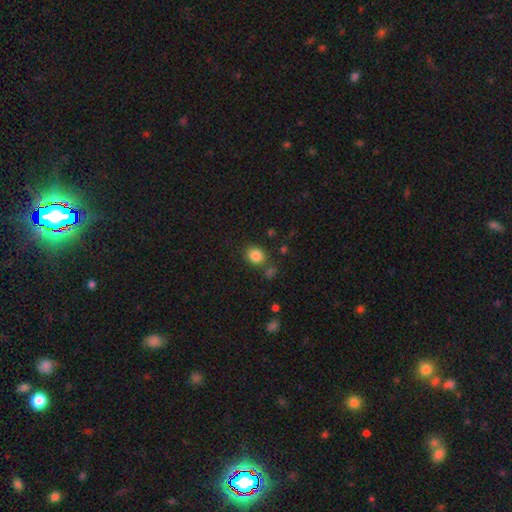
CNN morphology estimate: A smooth galaxy with no disk features (85%) that is round (63%).

Vote fractions:
- Smooth or featured? smooth: 85% / star or artifact: 10% / featured or disk: 5%
- How rounded? round: 63% / in between: 36% / cigar-shaped: 1%
- Merging? none: 78% / minor disturbance: 11% / merger: 8% / major disturbance: 4%